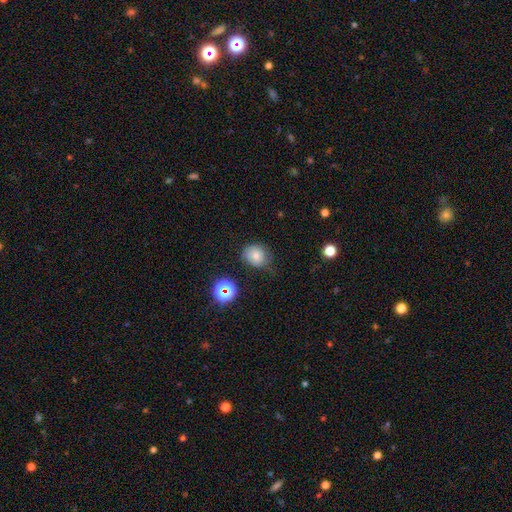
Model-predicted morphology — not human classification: smooth-or-featured: smooth: 63% | featured or disk: 23% | star or artifact: 15%
  how-rounded: round: 75% | in between: 24% | cigar-shaped: 1%
  merging: none: 65% | minor disturbance: 25% | major disturbance: 8% | merger: 2%